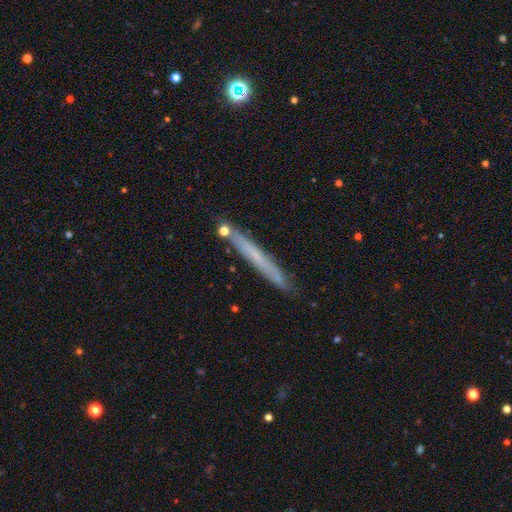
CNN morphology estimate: smooth-or-featured: smooth: 51% | featured or disk: 41% | star or artifact: 8%
  how-rounded: cigar-shaped: 97% | in between: 2% | round: 1%
  merging: none: 85% | minor disturbance: 10% | merger: 3% | major disturbance: 2%